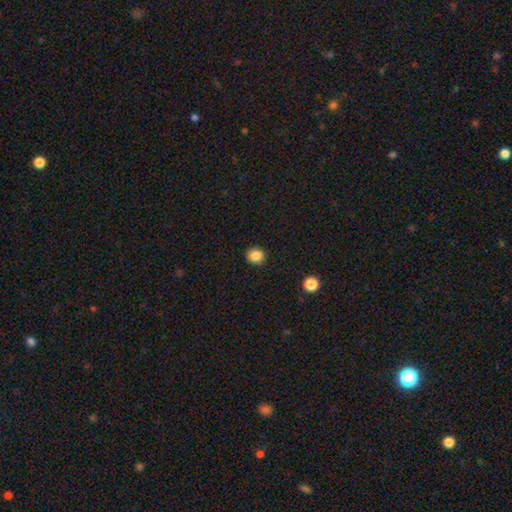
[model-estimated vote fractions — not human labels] A smooth galaxy with no disk features (85%) that is round (83%). Merging: none (91%).